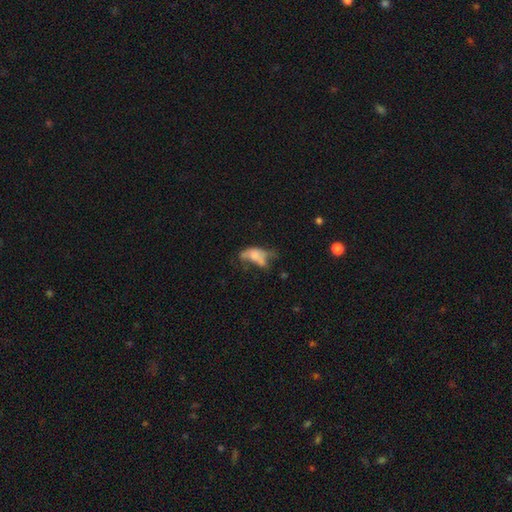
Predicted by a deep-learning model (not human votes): The model was most divided on "merging": major disturbance: 37%, none: 22%, minor disturbance: 22%, merger: 19%. More confident: how rounded — in between (85%); smooth or featured — smooth (55%).